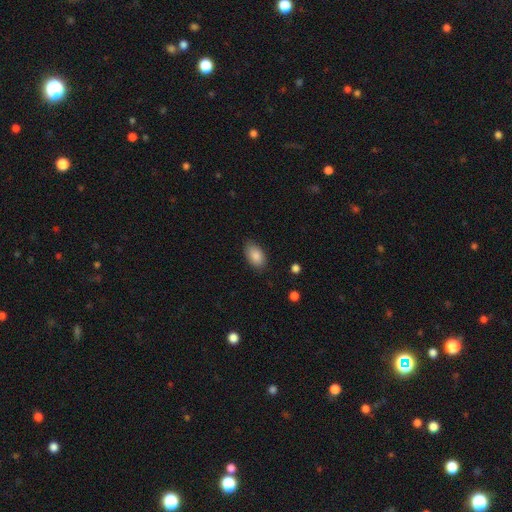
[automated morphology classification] Smooth or featured?
  - smooth: 86% *
  - star or artifact: 8%
  - featured or disk: 6%
How rounded?
  - in between: 91% *
  - round: 7%
  - cigar-shaped: 2%
Merging?
  - none: 83% *
  - minor disturbance: 13%
  - major disturbance: 3%
  - merger: 1%